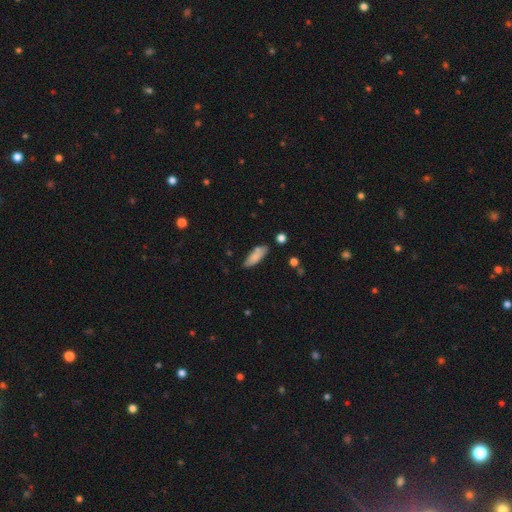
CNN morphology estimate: Smooth or featured: smooth — 79% (featured or disk — 14%)
How rounded: in between — 55% (cigar-shaped — 43%)
Merging: none — 71% (minor disturbance — 18%)